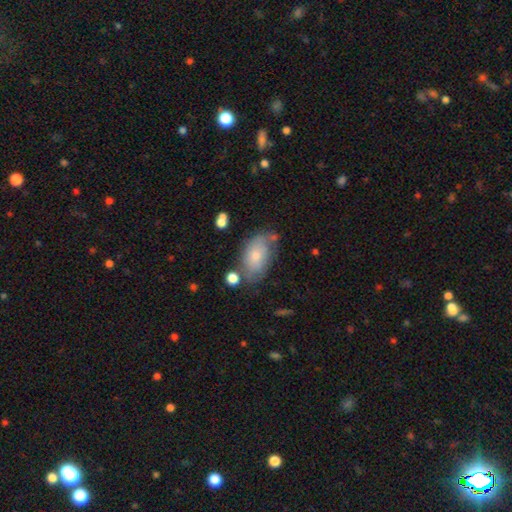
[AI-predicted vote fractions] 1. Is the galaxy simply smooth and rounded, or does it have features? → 65% smooth, 28% featured or disk, 7% star or artifact.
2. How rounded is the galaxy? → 91% in between, 7% round, 2% cigar-shaped.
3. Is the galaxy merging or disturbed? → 60% none, 24% minor disturbance, 8% major disturbance, 8% merger.